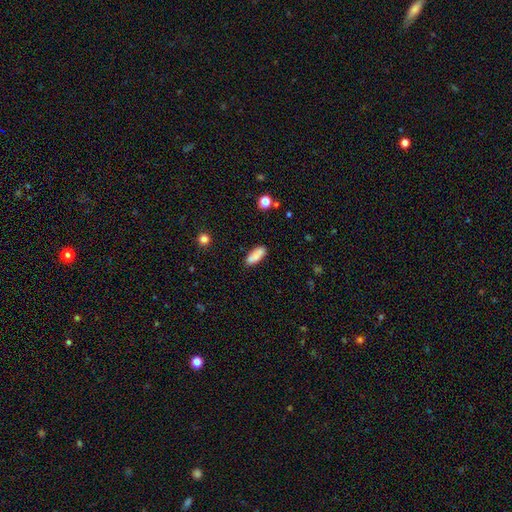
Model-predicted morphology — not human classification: This is clearly a smooth galaxy (84%). How rounded: likely in between (71%). Merging: likely none (77%).